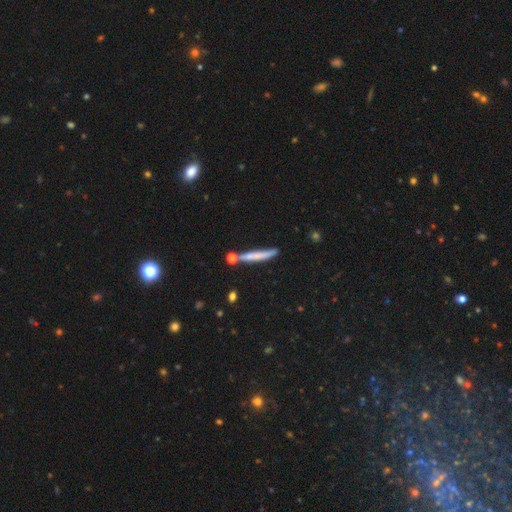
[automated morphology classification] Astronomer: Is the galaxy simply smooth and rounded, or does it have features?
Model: smooth — 62%.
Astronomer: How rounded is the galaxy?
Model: cigar-shaped — 94%.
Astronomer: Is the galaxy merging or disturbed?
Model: none — 66%.